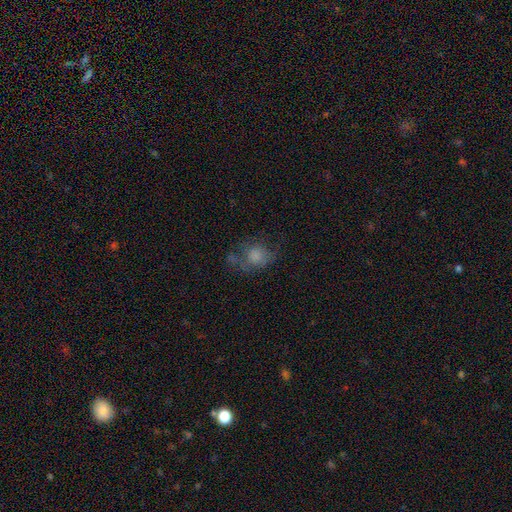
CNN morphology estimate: Q: Smooth or featured?
A: smooth (65%); runner-up: featured or disk (22%)
Q: How rounded?
A: round (56%); runner-up: in between (43%)
Q: Merging?
A: none (39%); runner-up: major disturbance (28%)